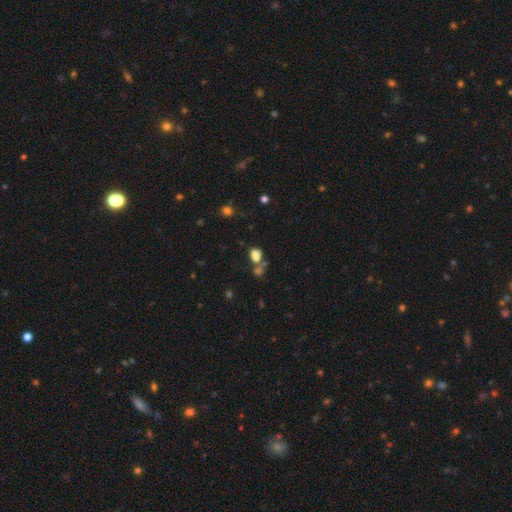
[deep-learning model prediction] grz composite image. It shows a smooth galaxy with no disk features (78%) that is in between round and cigar-shaped (73%). Merging: none (44%).